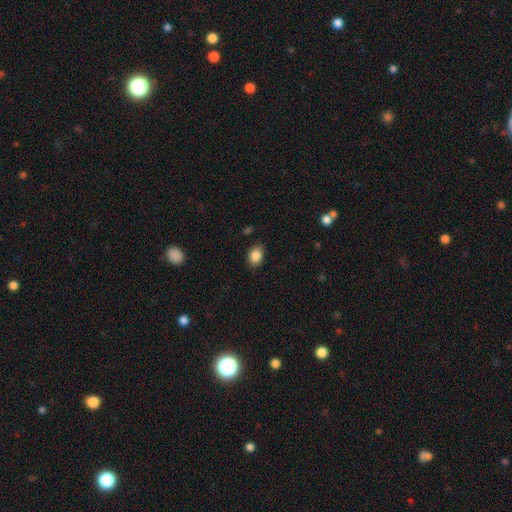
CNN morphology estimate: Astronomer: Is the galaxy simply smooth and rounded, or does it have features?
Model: smooth — 86%.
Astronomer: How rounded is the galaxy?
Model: in between — 67%.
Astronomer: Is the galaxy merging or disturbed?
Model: none — 85%.